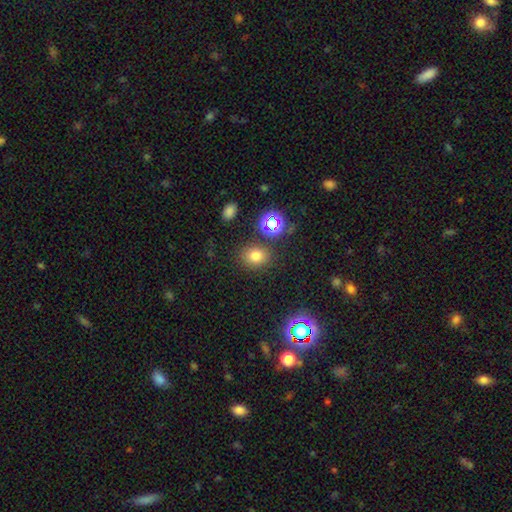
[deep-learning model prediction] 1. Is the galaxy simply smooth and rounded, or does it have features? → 70% smooth, 22% star or artifact, 8% featured or disk.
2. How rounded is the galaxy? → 53% round, 46% in between, 1% cigar-shaped.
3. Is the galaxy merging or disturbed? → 81% none, 10% minor disturbance, 5% merger, 4% major disturbance.